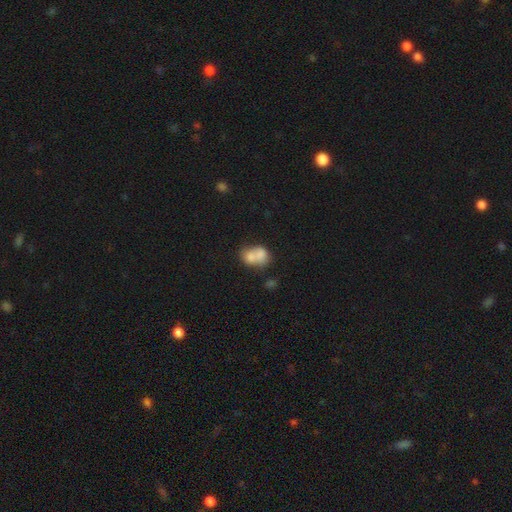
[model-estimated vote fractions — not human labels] smooth 73%, featured or disk 19%, star or artifact 9%. Down the decision tree: how rounded — in between (59%); merging — merger (67%).